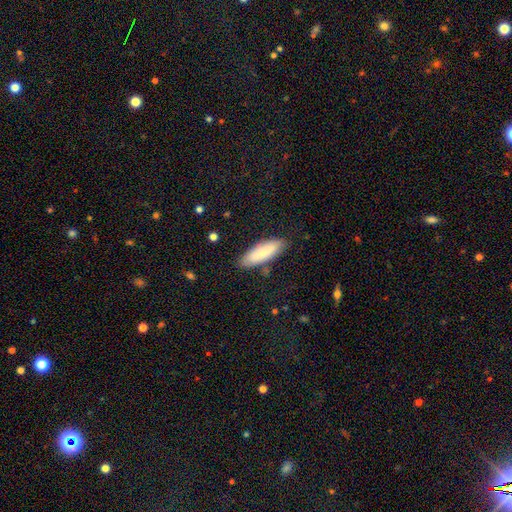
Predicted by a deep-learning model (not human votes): smooth 79%, featured or disk 15%, star or artifact 6%. Down the decision tree: how rounded — in between (57%); merging — none (82%).